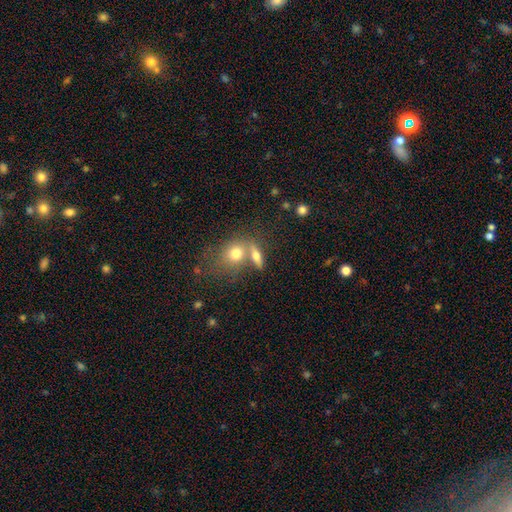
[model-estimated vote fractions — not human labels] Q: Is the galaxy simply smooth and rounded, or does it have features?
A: smooth — 61%.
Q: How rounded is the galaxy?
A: in between — 55%.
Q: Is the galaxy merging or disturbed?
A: none — 44%.